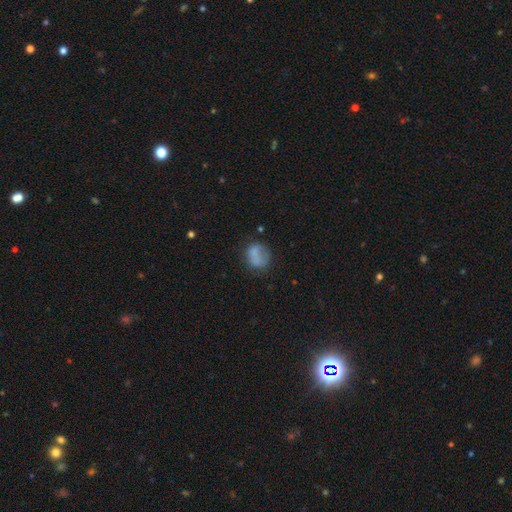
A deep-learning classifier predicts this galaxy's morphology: smooth_or_featured: smooth (p=0.74) [alt: featured or disk p=0.16]
how_rounded: round (p=0.62) [alt: in between p=0.37]
merging: none (p=0.49) [alt: minor disturbance p=0.26]